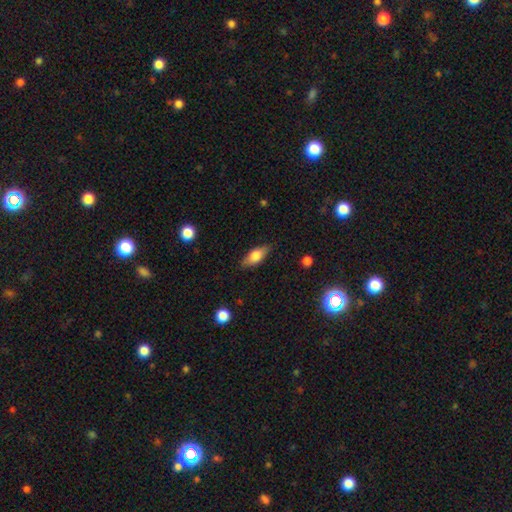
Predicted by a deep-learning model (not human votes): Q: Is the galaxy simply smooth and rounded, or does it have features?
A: smooth — 69%.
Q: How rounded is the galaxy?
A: in between — 79%.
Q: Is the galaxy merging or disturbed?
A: none — 83%.